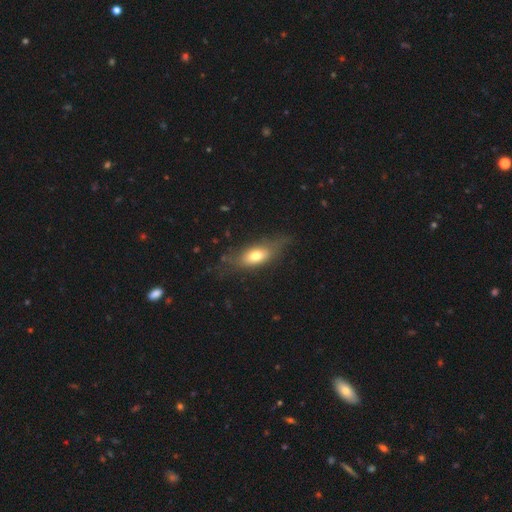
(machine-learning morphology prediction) smooth 67%, featured or disk 25%, star or artifact 8%. Down the decision tree: how rounded — in between (75%); merging — none (62%).